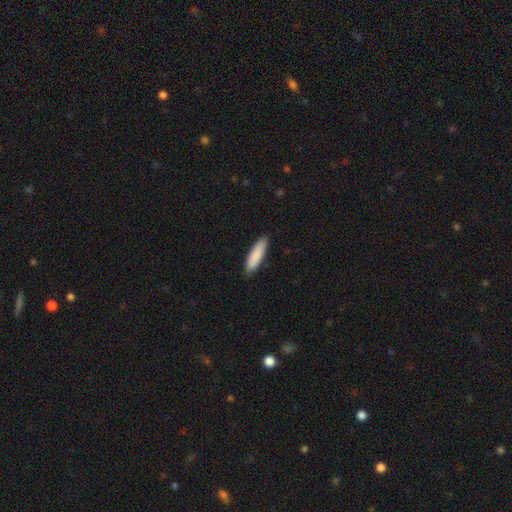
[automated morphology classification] A smooth galaxy with no disk features (88%) that is cigar-shaped (67%).

Vote fractions:
- Smooth or featured? smooth: 88% / featured or disk: 7% / star or artifact: 5%
- How rounded? cigar-shaped: 67% / in between: 32% / round: 1%
- Merging? none: 87% / minor disturbance: 10% / major disturbance: 2% / merger: 1%